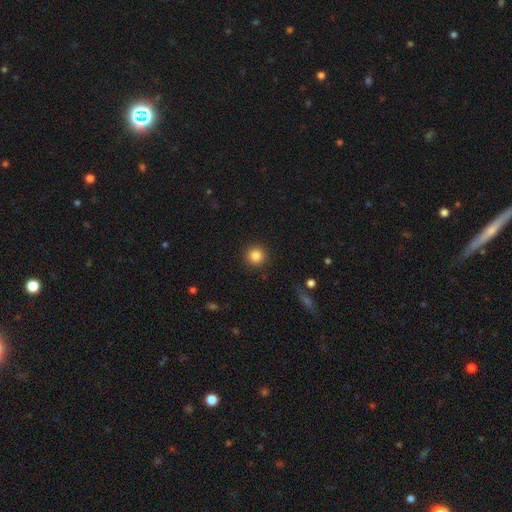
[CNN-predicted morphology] Smooth or featured? smooth (84%)
How rounded? round (95%)
Merging? none (92%)